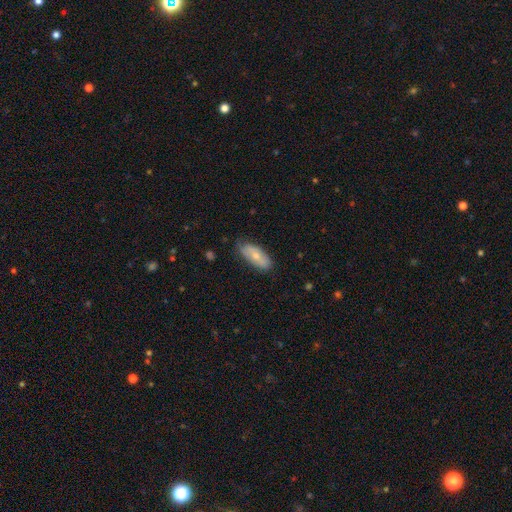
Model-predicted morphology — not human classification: The model was most divided on "smooth or featured": smooth: 62%, featured or disk: 32%, star or artifact: 6%. More confident: how rounded — in between (86%); merging — none (73%).